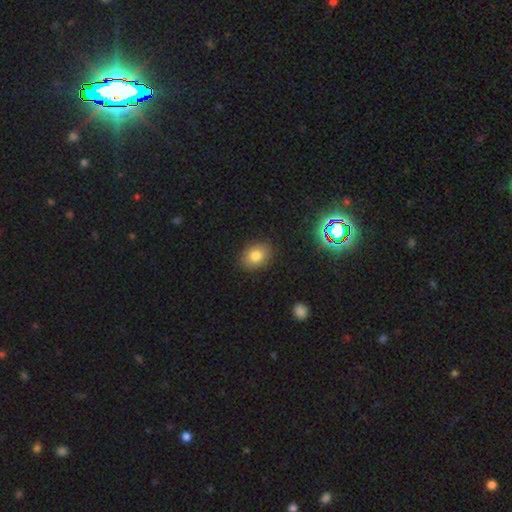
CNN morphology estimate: smooth_or_featured: smooth (p=0.79) [alt: star or artifact p=0.11]
how_rounded: in between (p=0.63) [alt: round p=0.36]
merging: none (p=0.87) [alt: minor disturbance p=0.10]